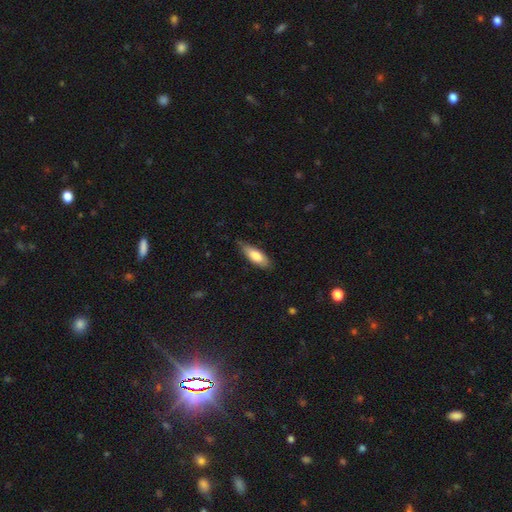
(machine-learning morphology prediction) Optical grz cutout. It shows a smooth galaxy with no disk features (77%) that is in between round and cigar-shaped (64%). Merging: none (76%).